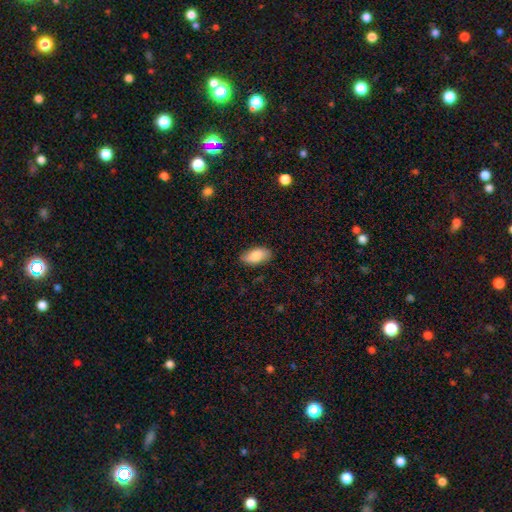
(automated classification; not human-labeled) Smooth or featured?
  - smooth: 82% *
  - featured or disk: 11%
  - star or artifact: 6%
How rounded?
  - in between: 93% *
  - cigar-shaped: 4%
  - round: 3%
Merging?
  - none: 84% *
  - minor disturbance: 12%
  - major disturbance: 2%
  - merger: 1%